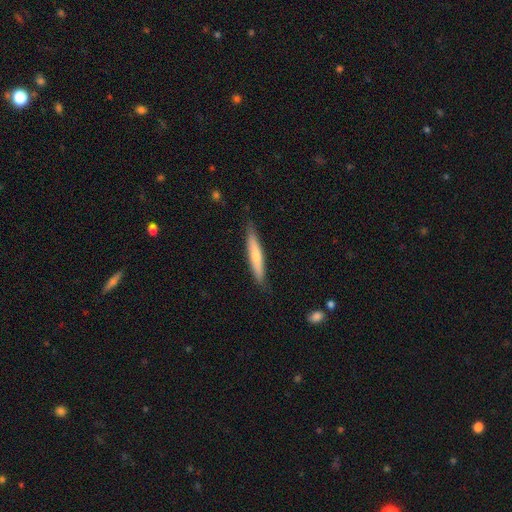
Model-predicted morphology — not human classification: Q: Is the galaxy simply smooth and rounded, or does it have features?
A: smooth — 54%.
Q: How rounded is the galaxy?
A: cigar-shaped — 92%.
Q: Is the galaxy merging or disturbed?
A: none — 85%.